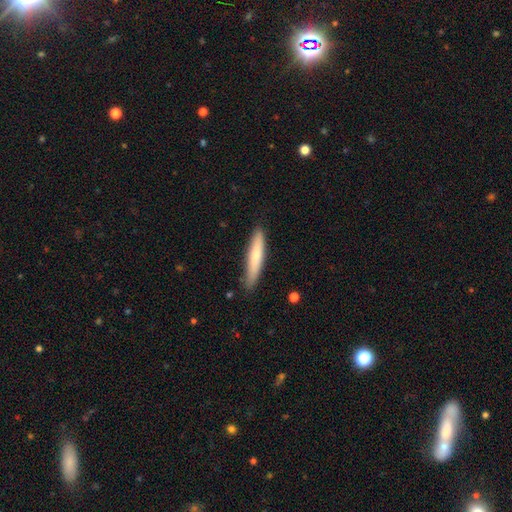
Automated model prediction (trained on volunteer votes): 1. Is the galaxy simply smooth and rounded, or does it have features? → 71% smooth, 24% featured or disk, 5% star or artifact.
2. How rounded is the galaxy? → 89% cigar-shaped, 10% in between, 1% round.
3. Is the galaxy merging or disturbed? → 85% none, 12% minor disturbance, 2% major disturbance, 1% merger.